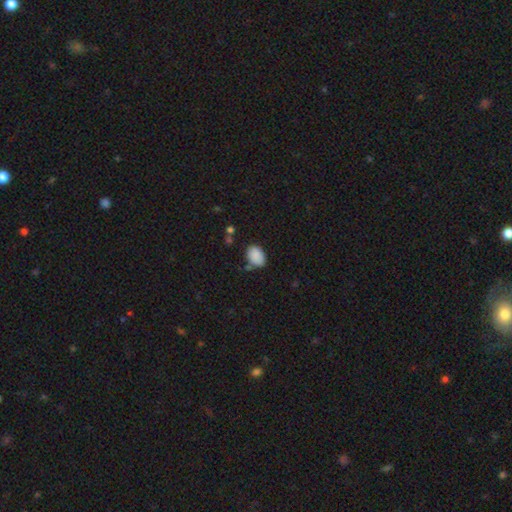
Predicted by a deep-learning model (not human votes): A smooth galaxy with no disk features (88%) that is in between round and cigar-shaped (82%).

Vote fractions:
- Smooth or featured? smooth: 88% / star or artifact: 8% / featured or disk: 5%
- How rounded? in between: 82% / round: 17% / cigar-shaped: 1%
- Merging? none: 68% / minor disturbance: 21% / merger: 6% / major disturbance: 5%